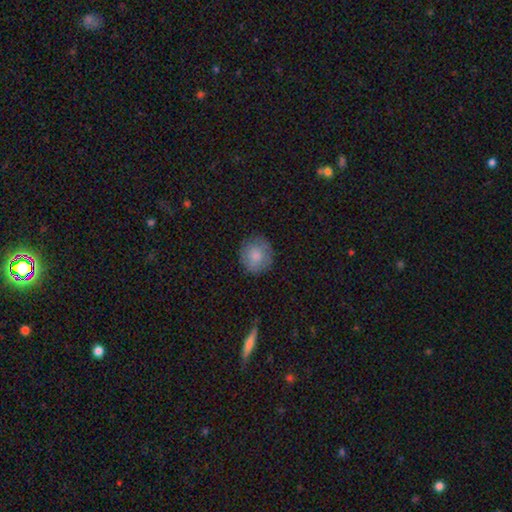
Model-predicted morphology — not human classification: smooth_or_featured: smooth (p=0.77) [alt: featured or disk p=0.15]
how_rounded: round (p=0.88) [alt: in between p=0.11]
merging: none (p=0.81) [alt: minor disturbance p=0.14]